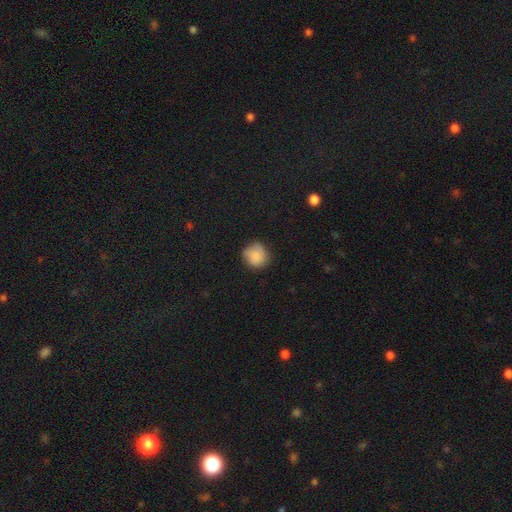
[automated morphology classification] Smooth or featured?
  - smooth: 81% *
  - featured or disk: 11%
  - star or artifact: 8%
How rounded?
  - round: 87% *
  - in between: 12%
  - cigar-shaped: 1%
Merging?
  - none: 72% *
  - minor disturbance: 22%
  - major disturbance: 5%
  - merger: 1%